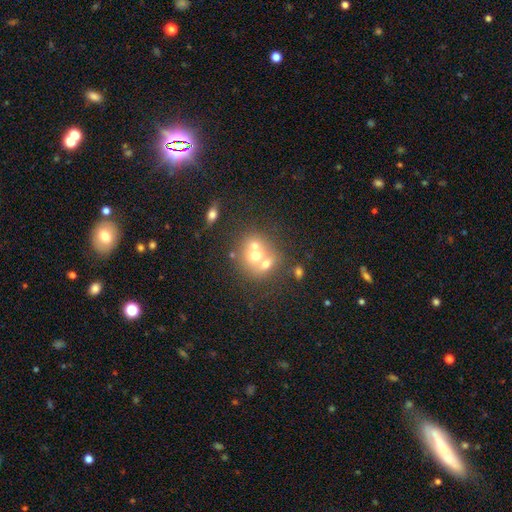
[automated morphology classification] type=smooth (54%); roundness=round (76%); merging=merger (59%).